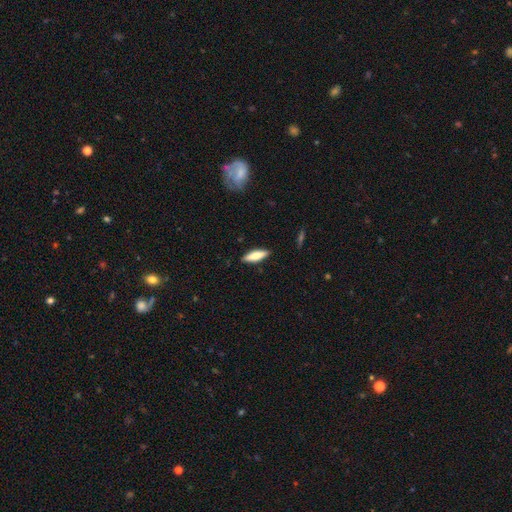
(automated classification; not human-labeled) Smooth or featured?
  - smooth: 74% *
  - featured or disk: 21%
  - star or artifact: 6%
How rounded?
  - cigar-shaped: 57% *
  - in between: 41%
  - round: 2%
Merging?
  - none: 89% *
  - minor disturbance: 9%
  - major disturbance: 2%
  - merger: 1%